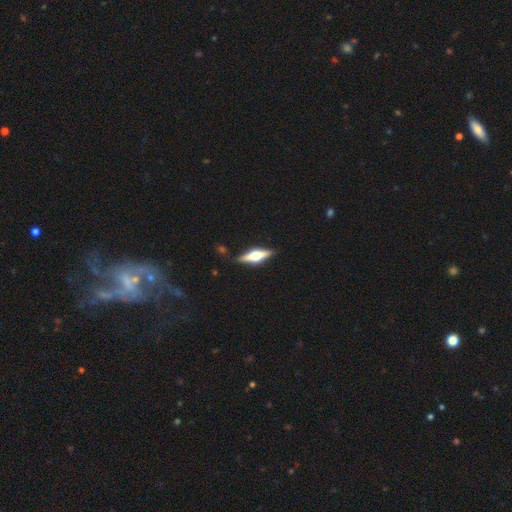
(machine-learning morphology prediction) Smooth or featured? featured or disk (70%)
Edge-on disk? yes (96%)
Edge-on bulge? rounded (94%)
Merging? none (87%)